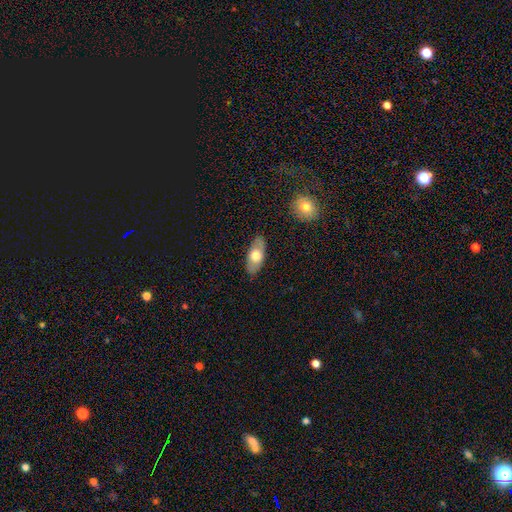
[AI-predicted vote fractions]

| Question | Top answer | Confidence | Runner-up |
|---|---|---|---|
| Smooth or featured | smooth | 62% | featured or disk (33%) |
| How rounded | in between | 86% | cigar-shaped (10%) |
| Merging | none | 86% | minor disturbance (11%) |